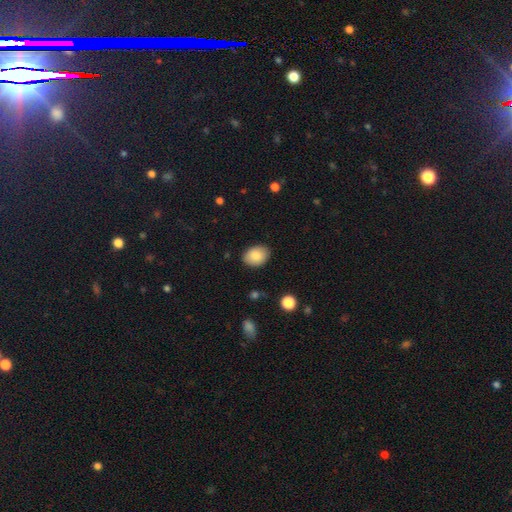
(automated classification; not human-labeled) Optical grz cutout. It shows a smooth galaxy with no disk features (84%) that is in between round and cigar-shaped (74%). Merging: none (87%).